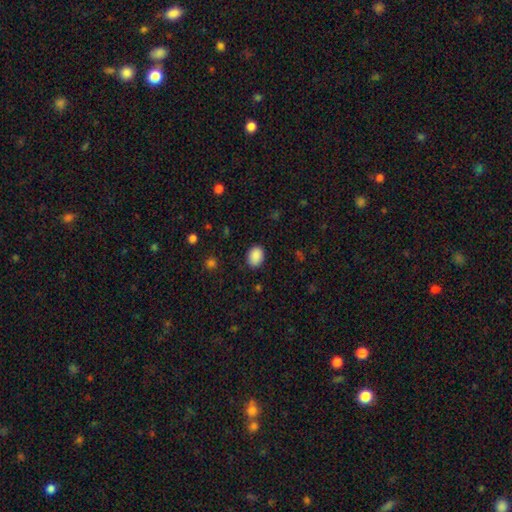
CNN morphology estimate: Smooth or featured? smooth (89%)
How rounded? in between (61%)
Merging? none (86%)